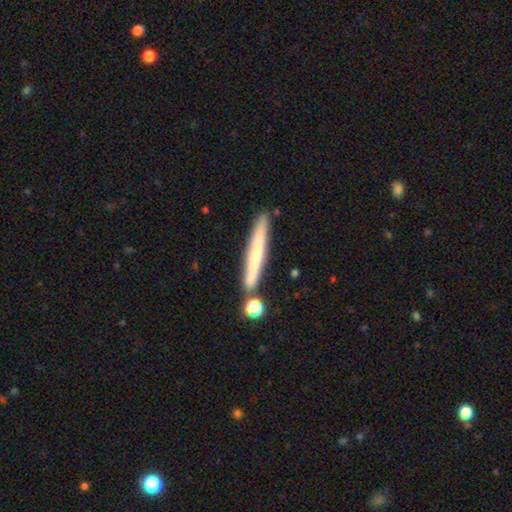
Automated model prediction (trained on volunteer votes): smooth-or-featured: smooth: 57% | featured or disk: 35% | star or artifact: 7%
  how-rounded: cigar-shaped: 95% | in between: 3% | round: 1%
  merging: none: 81% | minor disturbance: 10% | merger: 8% | major disturbance: 2%